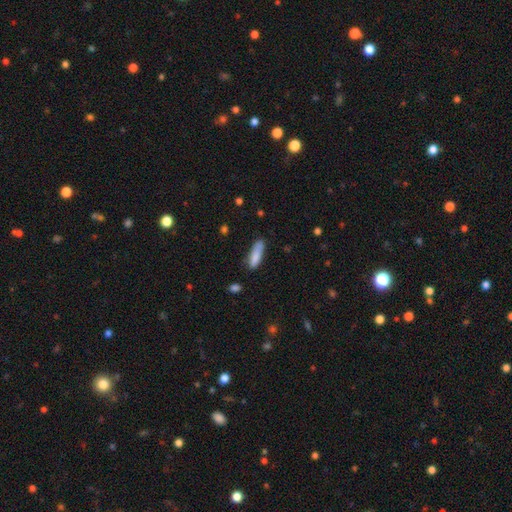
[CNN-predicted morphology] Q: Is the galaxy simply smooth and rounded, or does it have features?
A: smooth — 85%.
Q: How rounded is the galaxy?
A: cigar-shaped — 60%.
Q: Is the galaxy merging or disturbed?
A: none — 67%.